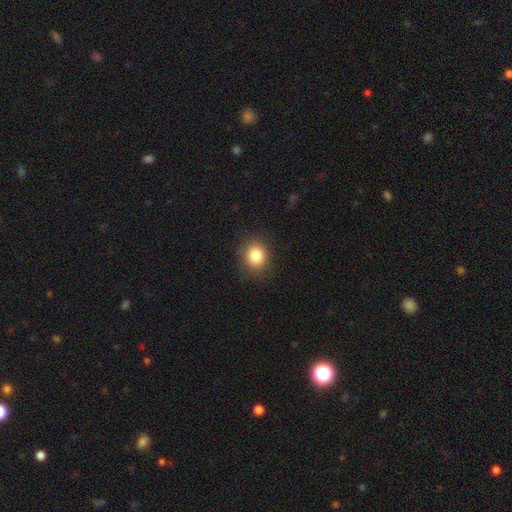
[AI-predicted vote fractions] Morphology: type=smooth (83%); roundness=round (72%); merging=none (87%).